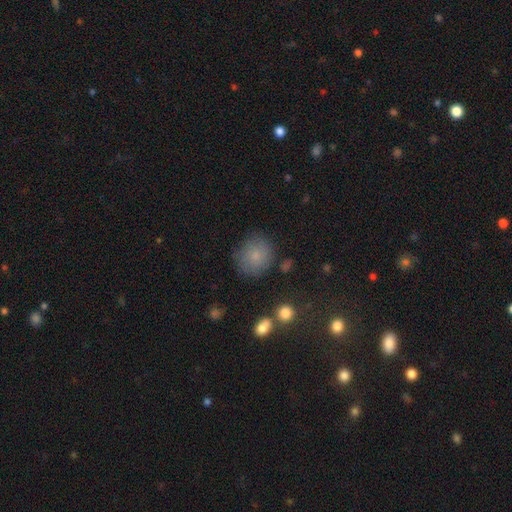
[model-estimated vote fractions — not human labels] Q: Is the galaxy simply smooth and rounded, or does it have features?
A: smooth — 80%.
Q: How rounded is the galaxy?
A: round — 80%.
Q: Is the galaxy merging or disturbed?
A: none — 78%.